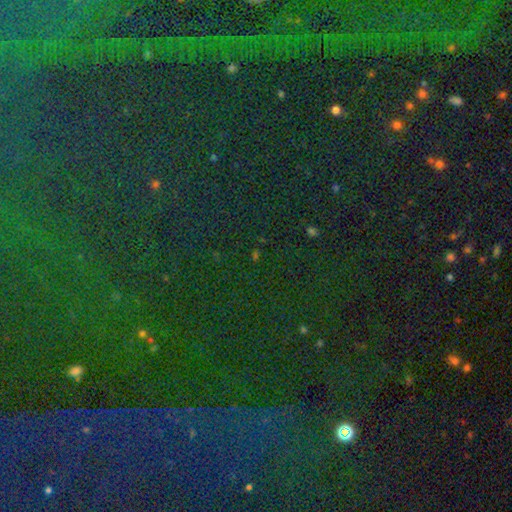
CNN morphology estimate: This appears to be a star or artifact, not a galaxy (73%).